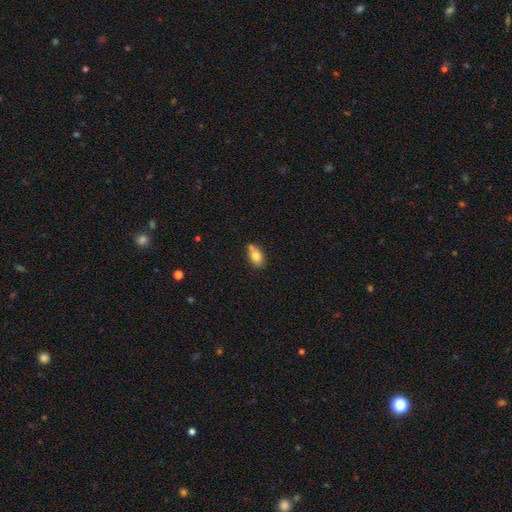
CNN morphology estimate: Smooth or featured? Predicted: smooth (p=0.77). How rounded? Predicted: in between (p=0.85). Merging? Predicted: none (p=0.59).